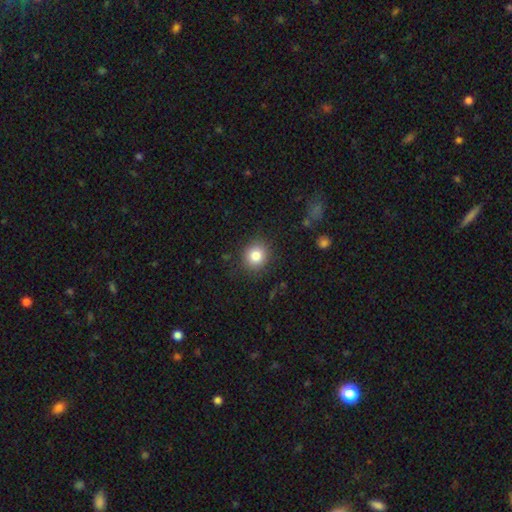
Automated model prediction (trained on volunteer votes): smooth_or_featured: smooth (p=0.83) [alt: star or artifact p=0.10]
how_rounded: round (p=0.83) [alt: in between p=0.16]
merging: none (p=0.88) [alt: minor disturbance p=0.08]